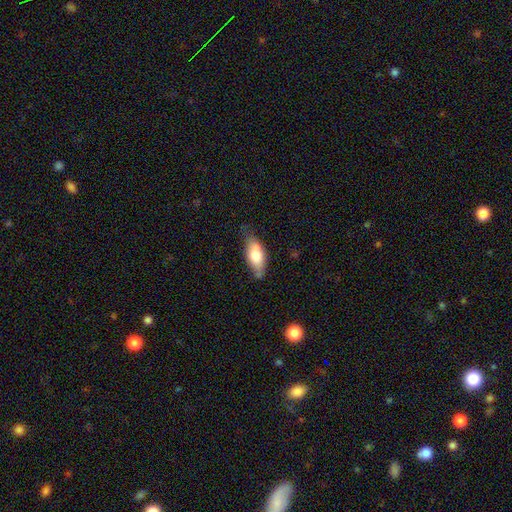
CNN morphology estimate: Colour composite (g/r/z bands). It shows a smooth galaxy with no disk features (70%) that is in between round and cigar-shaped (81%). Merging: none (64%).